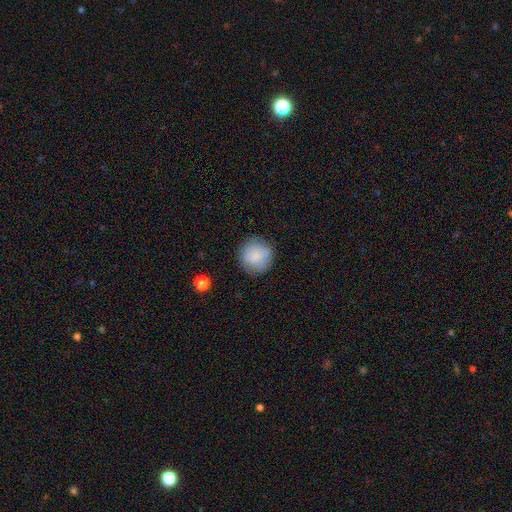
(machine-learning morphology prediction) A smooth galaxy with no disk features (80%) that is round (93%).

Vote fractions:
- Smooth or featured? smooth: 80% / featured or disk: 13% / star or artifact: 8%
- How rounded? round: 93% / in between: 6% / cigar-shaped: 1%
- Merging? none: 80% / minor disturbance: 14% / major disturbance: 4% / merger: 1%